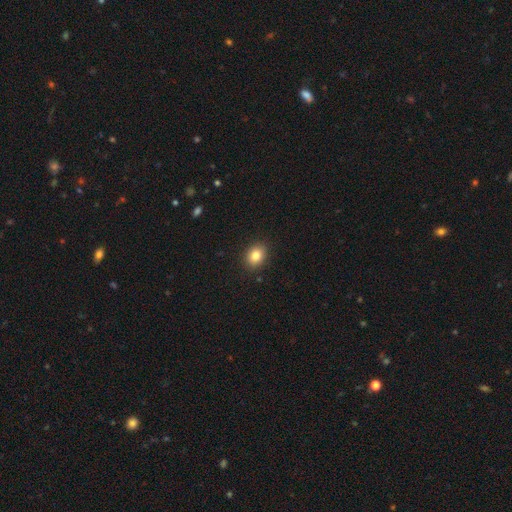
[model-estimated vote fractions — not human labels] A smooth galaxy with no disk features (83%) that is in between round and cigar-shaped (54%). Merging: none (90%).